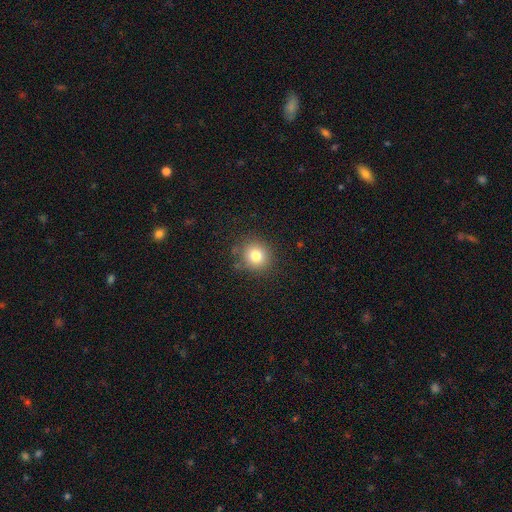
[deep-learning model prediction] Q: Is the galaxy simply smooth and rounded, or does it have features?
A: smooth — 80%.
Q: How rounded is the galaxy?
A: round — 88%.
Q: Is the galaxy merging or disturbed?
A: none — 85%.